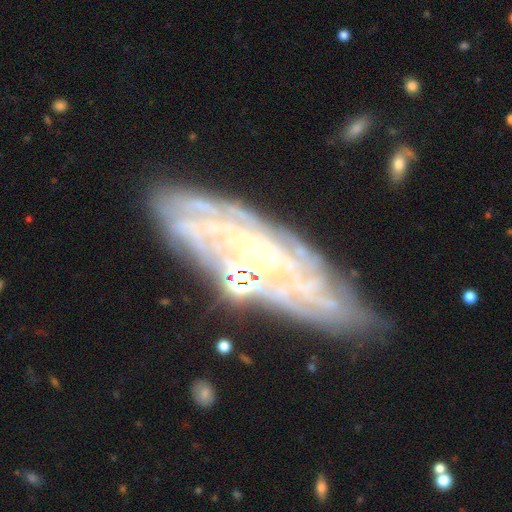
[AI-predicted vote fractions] A featured or disk galaxy (79%) with no bar (67%), tight (73%) spiral arms (84%) and a small central bulge (68%).

Vote fractions:
- Smooth or featured? featured or disk: 79% / smooth: 12% / star or artifact: 8%
- Edge-on disk? no: 78% / yes: 22%
- Bar? no: 67% / weak: 23% / strong: 10%
- Spiral arms? yes: 84% / no: 16%
- Spiral winding? tight: 73% / medium: 21% / loose: 7%
- Spiral arm count? can't tell: 55% / 2: 11% / 4: 10% / 3: 10% / more than 4: 9% / 1: 5%
- Bulge size? small: 68% / moderate: 21% / none: 7% / large: 2% / dominant: 1%
- Merging? none: 71% / minor disturbance: 18% / major disturbance: 6% / merger: 5%